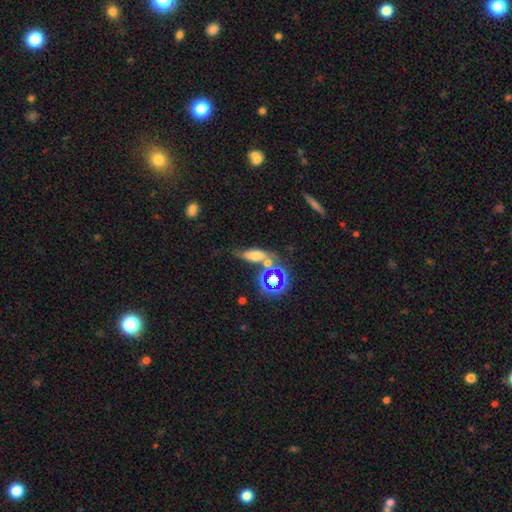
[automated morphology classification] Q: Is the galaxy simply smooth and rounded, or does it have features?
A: smooth — 56%.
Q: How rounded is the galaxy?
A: in between — 61%.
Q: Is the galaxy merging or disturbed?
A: none — 45%.